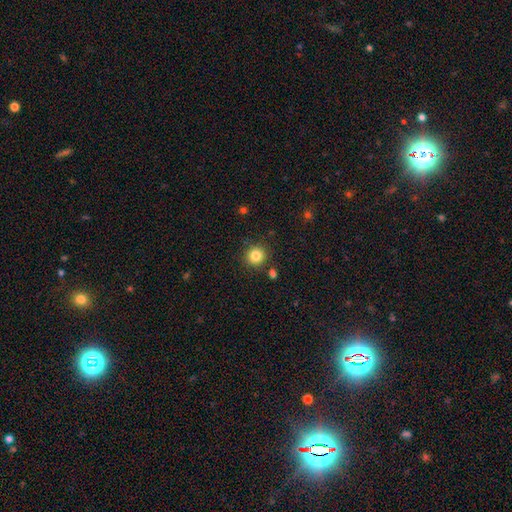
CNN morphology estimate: type=smooth (84%); roundness=round (93%); merging=none (87%).